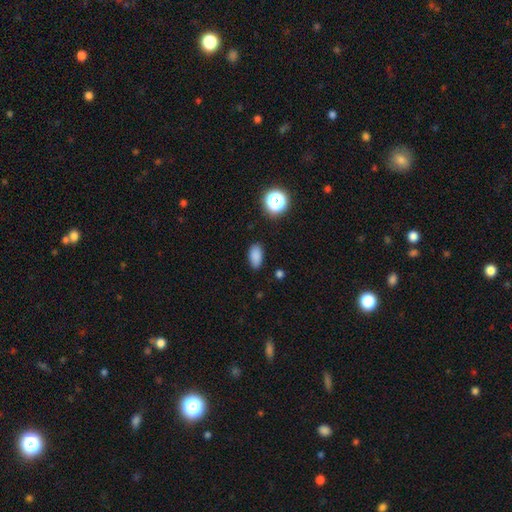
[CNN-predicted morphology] The model was most divided on "smooth or featured": smooth: 84%, star or artifact: 12%, featured or disk: 4%. More confident: how rounded — in between (90%); merging — none (84%).